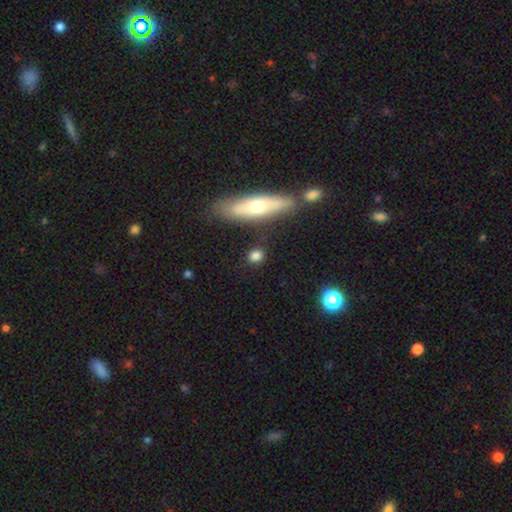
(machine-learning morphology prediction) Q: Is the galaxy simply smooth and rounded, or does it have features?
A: smooth — 80%.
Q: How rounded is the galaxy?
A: round — 68%.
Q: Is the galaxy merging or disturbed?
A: none — 81%.